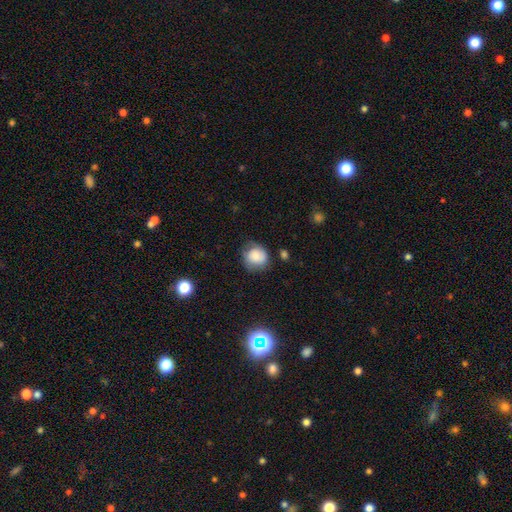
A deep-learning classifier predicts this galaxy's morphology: A smooth galaxy with no disk features (77%) that is round (80%).

Vote fractions:
- Smooth or featured? smooth: 77% / featured or disk: 14% / star or artifact: 9%
- How rounded? round: 80% / in between: 19% / cigar-shaped: 1%
- Merging? none: 61% / minor disturbance: 28% / major disturbance: 9% / merger: 3%